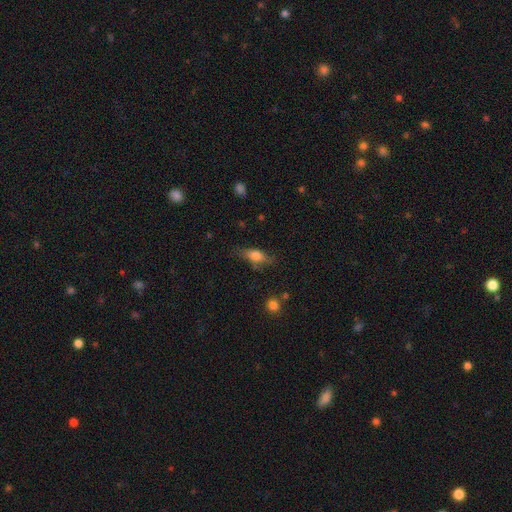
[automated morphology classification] Smooth or featured? smooth (67%)
How rounded? in between (71%)
Merging? none (67%)